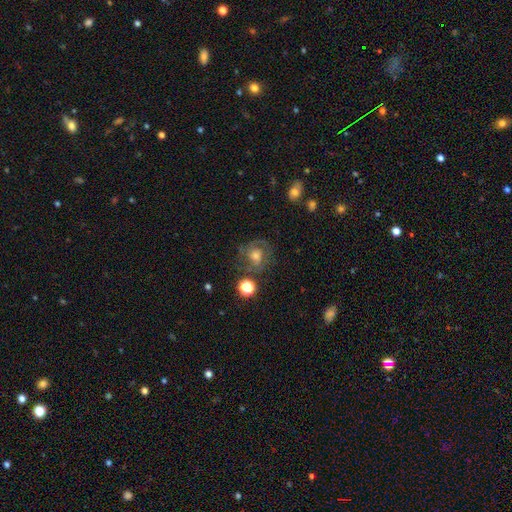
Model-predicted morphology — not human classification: This appears to be a featured or disk galaxy (61%) with no bar (65%), spiral arms (82%) and a moderate central bulge (56%). Merging: none (67%).